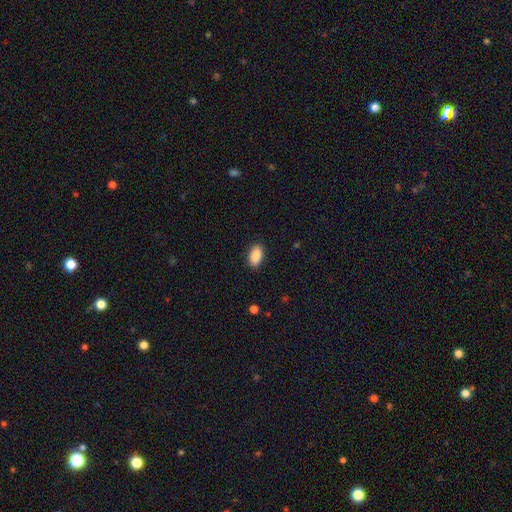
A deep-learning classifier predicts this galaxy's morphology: type=smooth (89%); roundness=in between (93%); merging=none (88%).